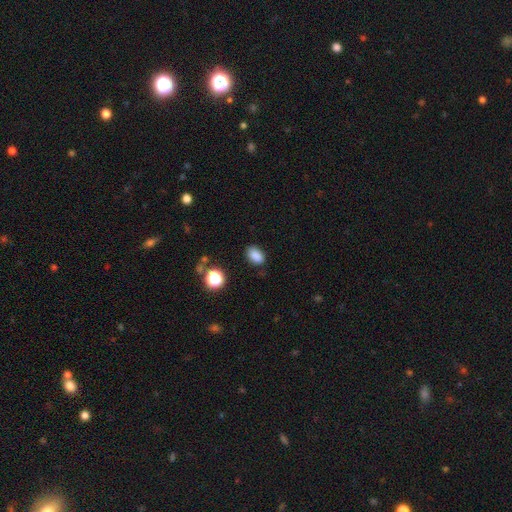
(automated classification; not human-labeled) A smooth galaxy with no disk features (84%) that is in between round and cigar-shaped (85%).

Vote fractions:
- Smooth or featured? smooth: 84% / star or artifact: 11% / featured or disk: 4%
- How rounded? in between: 85% / round: 14% / cigar-shaped: 1%
- Merging? none: 84% / minor disturbance: 12% / major disturbance: 3% / merger: 2%